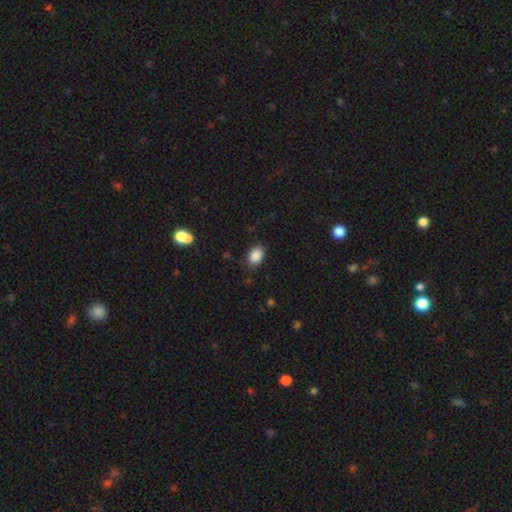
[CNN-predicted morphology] This appears to be a smooth galaxy with no disk features (88%) that is in between round and cigar-shaped (79%). Merging: none (82%).